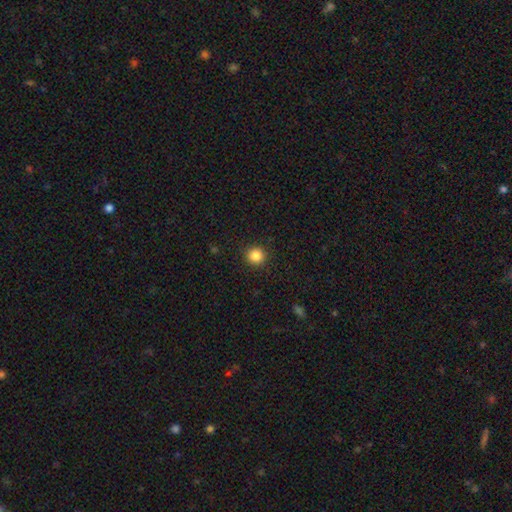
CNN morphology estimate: Smooth or featured? smooth (85%)
How rounded? round (94%)
Merging? none (92%)